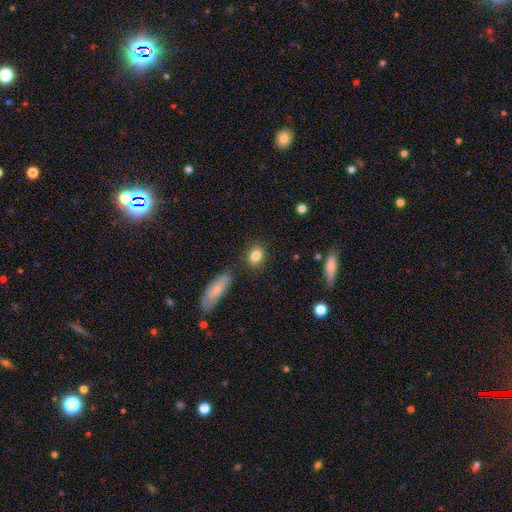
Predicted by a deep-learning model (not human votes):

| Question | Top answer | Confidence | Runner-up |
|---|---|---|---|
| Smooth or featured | smooth | 84% | star or artifact (9%) |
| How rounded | in between | 60% | round (37%) |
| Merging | none | 82% | minor disturbance (11%) |